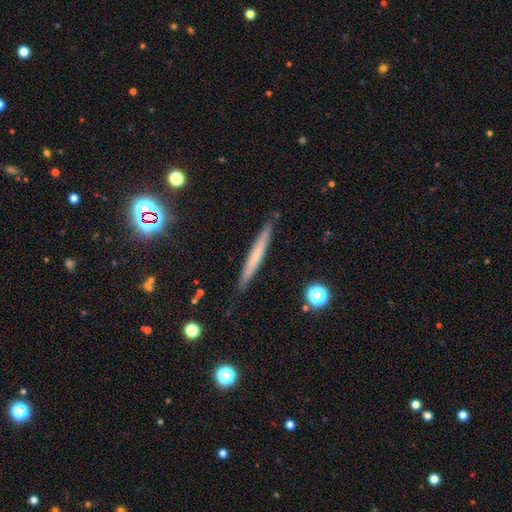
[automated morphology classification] Overall: smooth (55%; featured or disk 37%). How rounded: cigar-shaped (96%). Merging: none (90%).